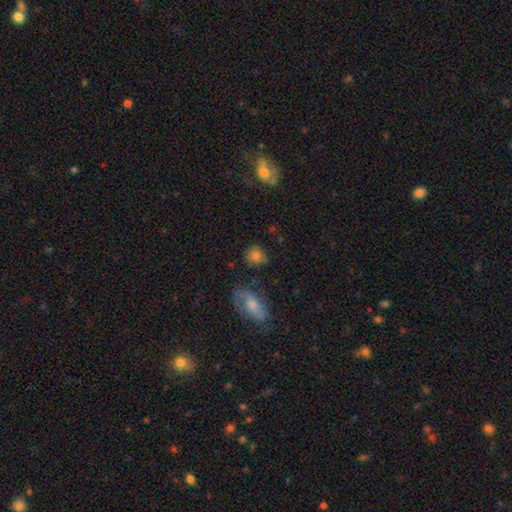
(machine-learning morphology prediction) Smooth or featured?
  - smooth: 78% *
  - featured or disk: 11%
  - star or artifact: 11%
How rounded?
  - round: 72% *
  - in between: 26%
  - cigar-shaped: 2%
Merging?
  - none: 75% *
  - minor disturbance: 16%
  - merger: 5%
  - major disturbance: 5%